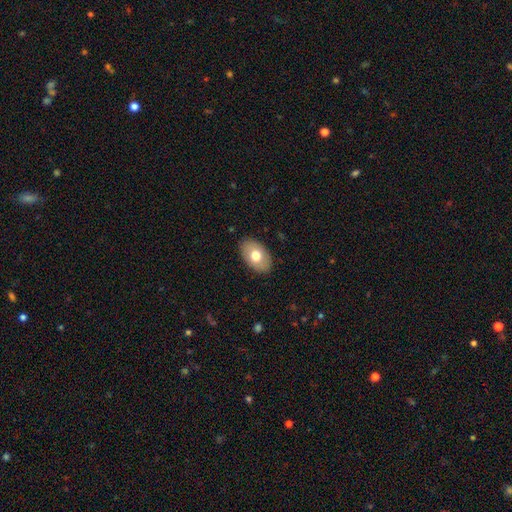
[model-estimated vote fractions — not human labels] Q: Smooth or featured?
A: smooth (69%); runner-up: featured or disk (24%)
Q: How rounded?
A: in between (90%); runner-up: round (9%)
Q: Merging?
A: none (87%); runner-up: minor disturbance (10%)